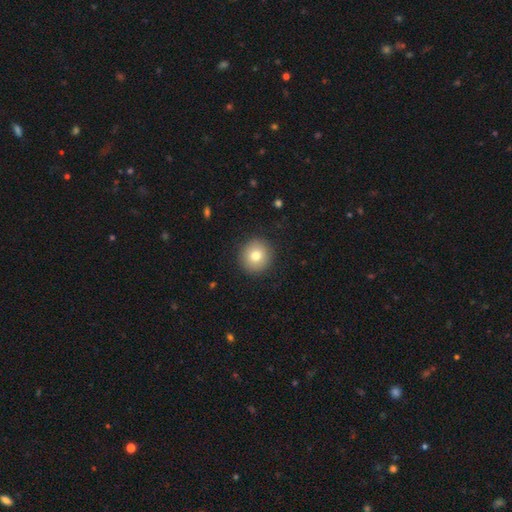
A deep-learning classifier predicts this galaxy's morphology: smooth 78%, featured or disk 12%, star or artifact 10%. Down the decision tree: how rounded — round (92%); merging — none (91%).